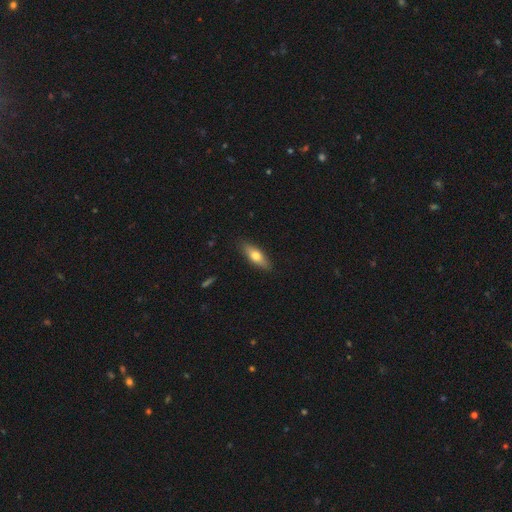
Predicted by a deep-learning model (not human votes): This is likely a smooth galaxy (66%). How rounded: possibly in between (59%). Merging: clearly none (87%).